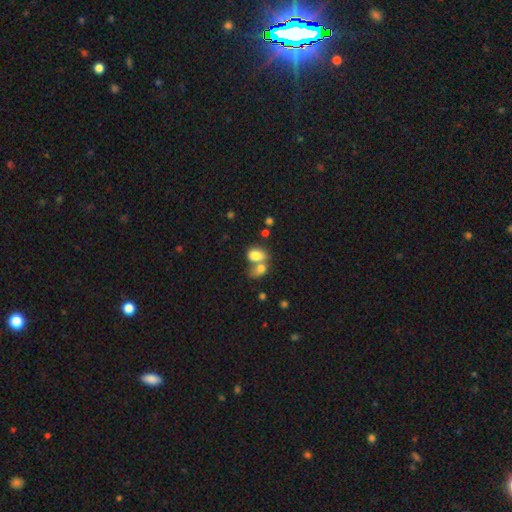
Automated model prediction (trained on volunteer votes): smooth 79%, featured or disk 12%, star or artifact 9%. Down the decision tree: how rounded — in between (73%); merging — merger (58%).